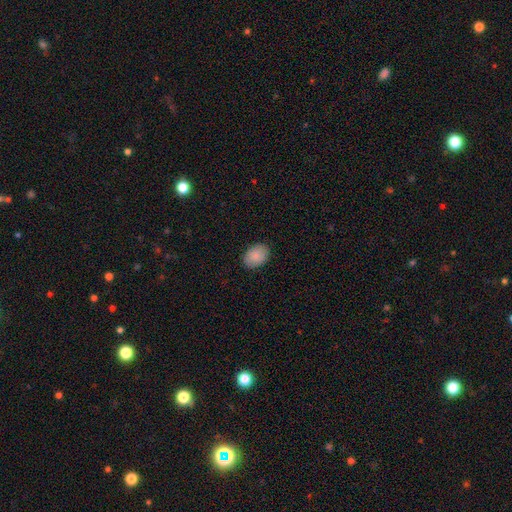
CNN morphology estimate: Smooth or featured?
  - smooth: 88% *
  - star or artifact: 7%
  - featured or disk: 5%
How rounded?
  - in between: 80% *
  - round: 19%
  - cigar-shaped: 1%
Merging?
  - none: 89% *
  - minor disturbance: 8%
  - major disturbance: 2%
  - merger: 1%